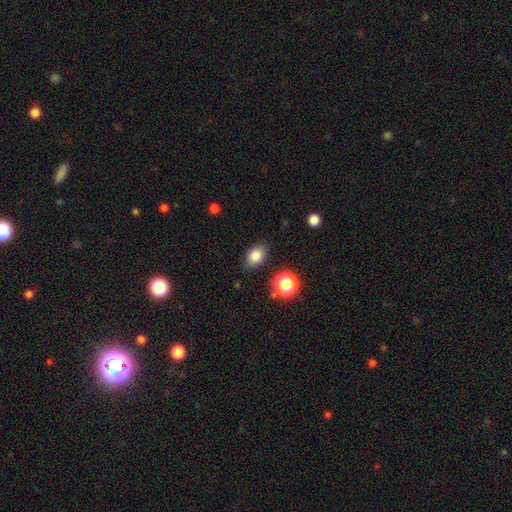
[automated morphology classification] A smooth galaxy with no disk features (82%) that is in between round and cigar-shaped (81%).

Vote fractions:
- Smooth or featured? smooth: 82% / star or artifact: 10% / featured or disk: 8%
- How rounded? in between: 81% / round: 18% / cigar-shaped: 2%
- Merging? none: 84% / minor disturbance: 11% / major disturbance: 3% / merger: 2%